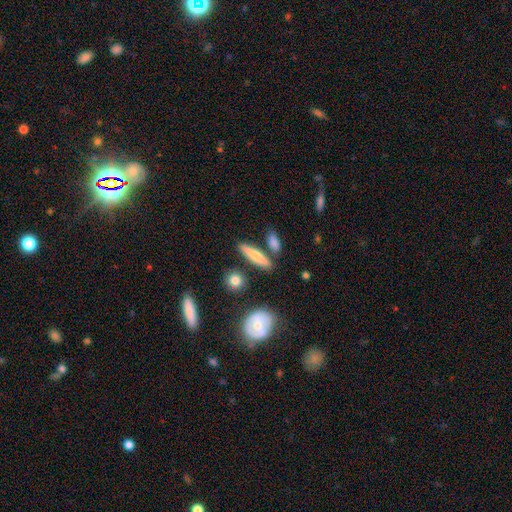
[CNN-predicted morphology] This appears to be a smooth galaxy with no disk features (61%) that is cigar-shaped (77%). Merging: none (80%).